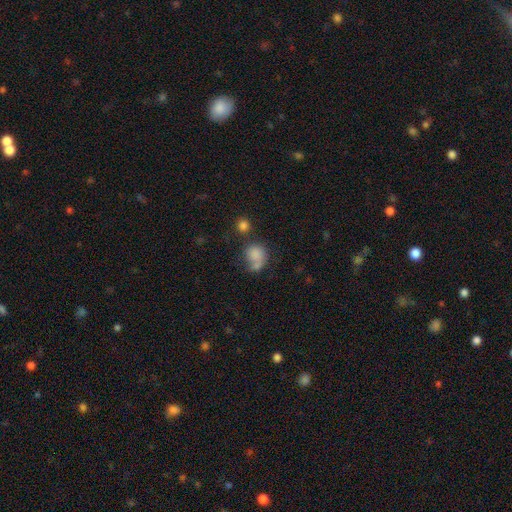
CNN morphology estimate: A smooth galaxy with no disk features (78%) that is round (64%).

Vote fractions:
- Smooth or featured? smooth: 78% / featured or disk: 12% / star or artifact: 10%
- How rounded? round: 64% / in between: 34% / cigar-shaped: 1%
- Merging? none: 37% / merger: 30% / minor disturbance: 17% / major disturbance: 15%